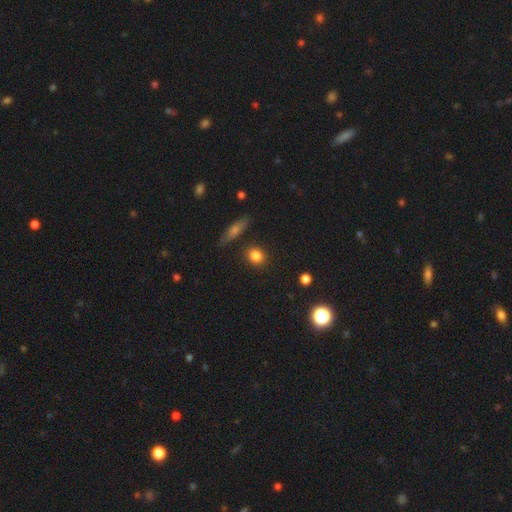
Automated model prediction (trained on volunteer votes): This appears to be a smooth galaxy with no disk features (83%) that is round (68%). Merging: none (87%).